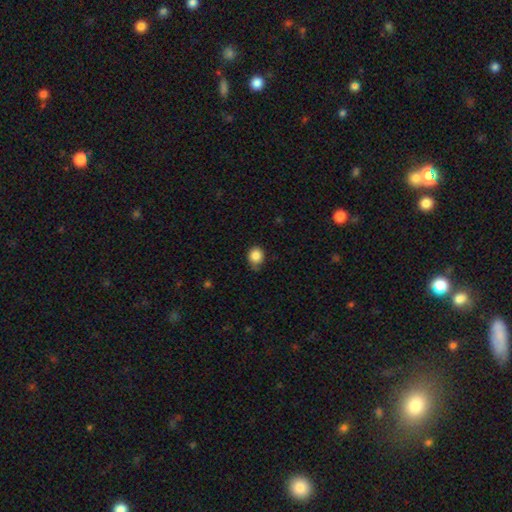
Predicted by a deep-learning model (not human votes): Smooth or featured? Predicted: smooth (p=0.86). How rounded? Predicted: round (p=0.78). Merging? Predicted: none (p=0.70).